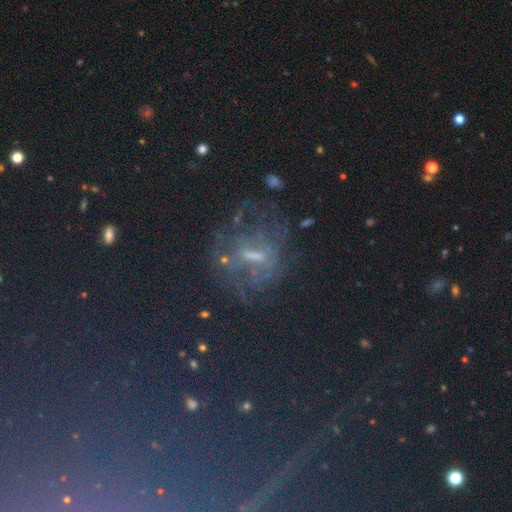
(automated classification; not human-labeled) Overall: star or artifact (53%; featured or disk 26%).